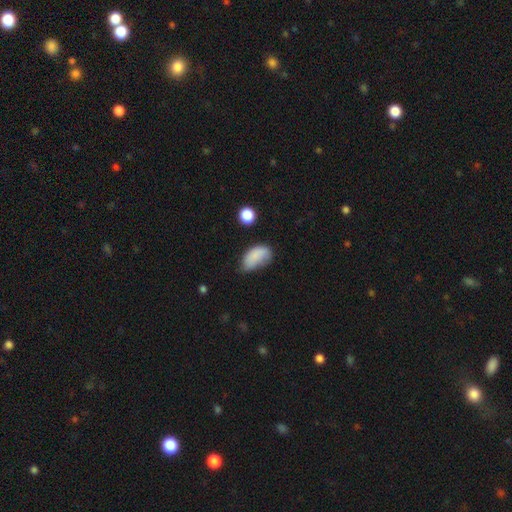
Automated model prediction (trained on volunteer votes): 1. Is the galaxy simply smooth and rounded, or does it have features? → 82% smooth, 9% featured or disk, 9% star or artifact.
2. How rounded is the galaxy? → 92% in between, 5% round, 3% cigar-shaped.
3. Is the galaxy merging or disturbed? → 41% none (tied), 41% minor disturbance (tied), 14% major disturbance, 4% merger.